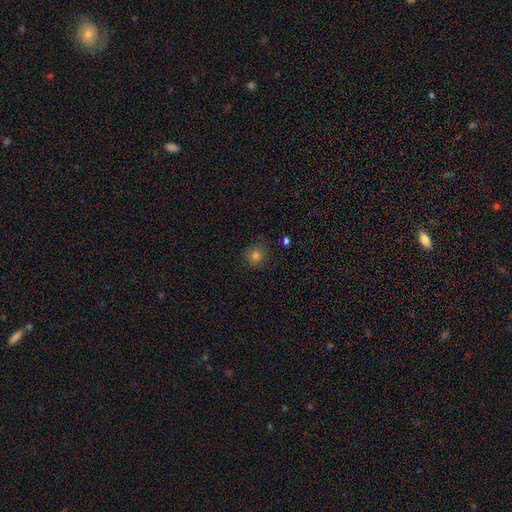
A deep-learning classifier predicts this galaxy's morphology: Overall: smooth (80%). How rounded: round (90%). Merging: none (85%).